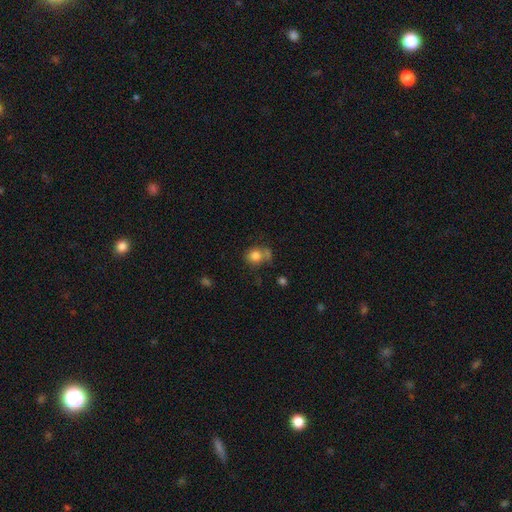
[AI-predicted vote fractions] smooth 82%, star or artifact 10%, featured or disk 8%. Down the decision tree: how rounded — round (80%); merging — none (55%).